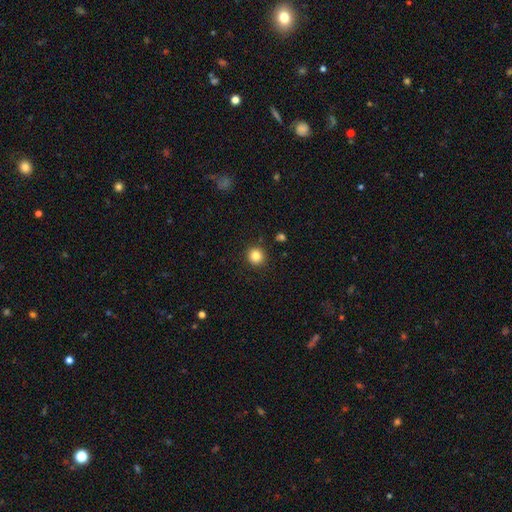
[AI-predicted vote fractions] Morphology: type=smooth (84%); roundness=round (93%); merging=none (91%).